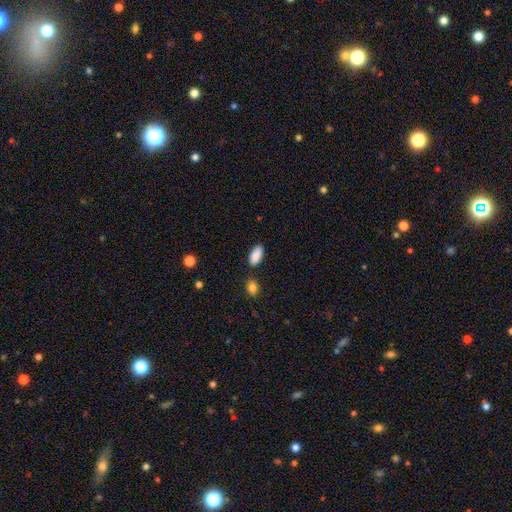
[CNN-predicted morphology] A smooth galaxy with no disk features (90%) that is in between round and cigar-shaped (92%). Merging: none (83%).